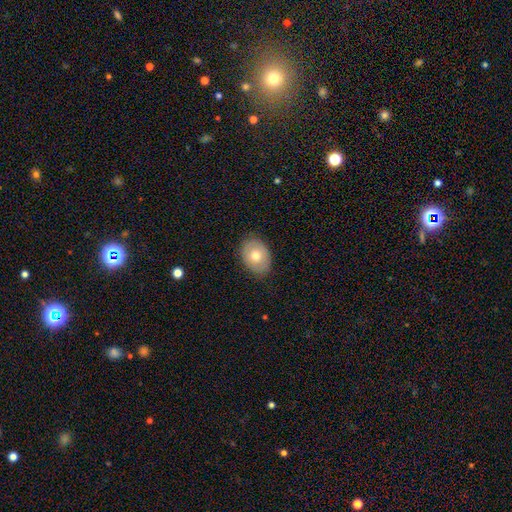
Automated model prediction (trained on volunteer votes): Overall: smooth (70%). How rounded: in between (69%; round 30%). Merging: none (83%).